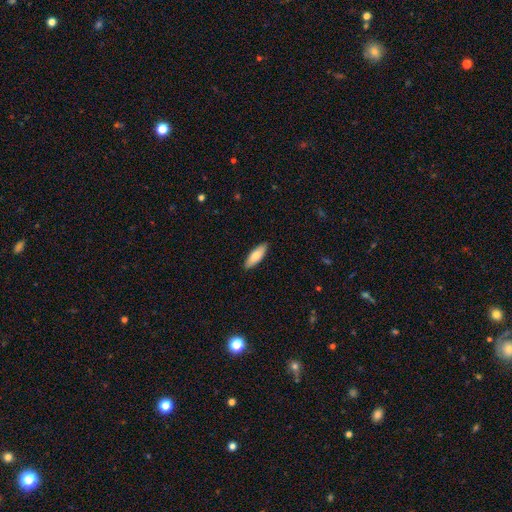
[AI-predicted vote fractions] Morphology: type=smooth (77%); roundness=in between (65%); merging=none (89%).